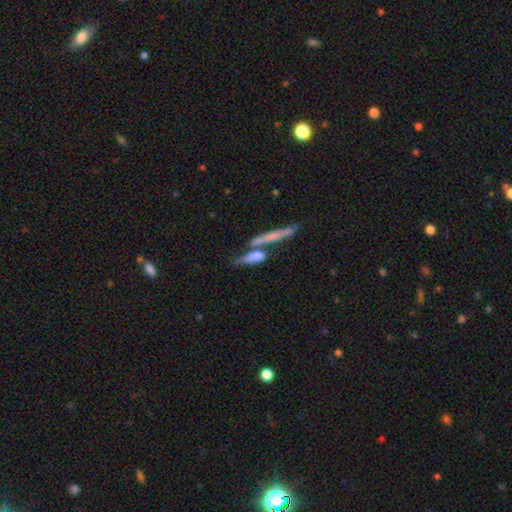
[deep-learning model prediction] Smooth or featured? smooth (61%)
How rounded? cigar-shaped (70%)
Merging? none (44%)